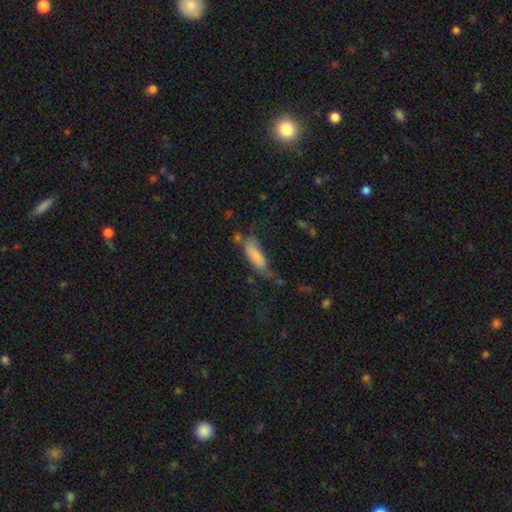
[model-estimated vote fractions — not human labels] Smooth or featured? Predicted: smooth (p=0.76). How rounded? Predicted: in between (p=0.57). Merging? Predicted: none (p=0.32).